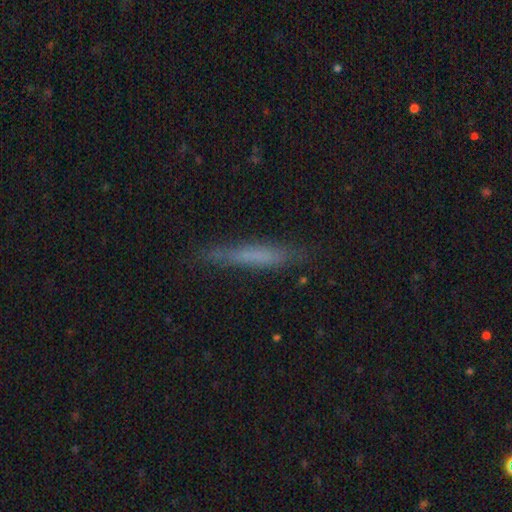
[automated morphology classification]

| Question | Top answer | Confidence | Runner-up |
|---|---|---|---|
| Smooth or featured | smooth | 57% | featured or disk (34%) |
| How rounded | cigar-shaped | 94% | in between (5%) |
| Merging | none | 79% | minor disturbance (16%) |